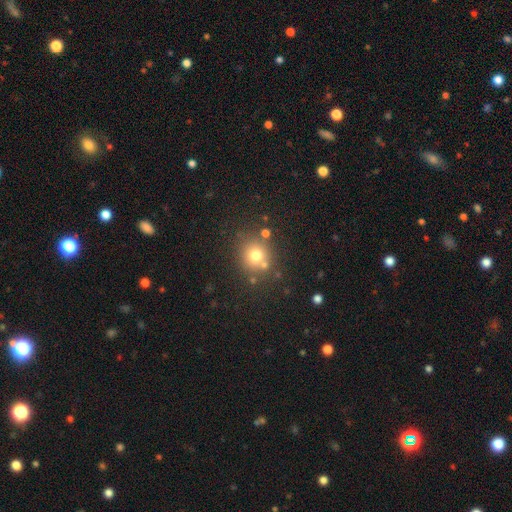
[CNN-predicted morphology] Smooth or featured: smooth — 72% (star or artifact — 16%)
How rounded: round — 88% (in between — 11%)
Merging: none — 73% (merger — 12%)